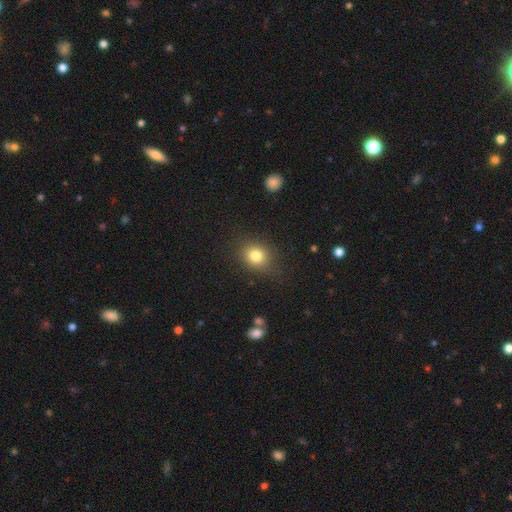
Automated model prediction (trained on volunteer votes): The model was most divided on "how rounded": round: 61%, in between: 38%, cigar-shaped: 1%. More confident: merging — none (81%); smooth or featured — smooth (80%).